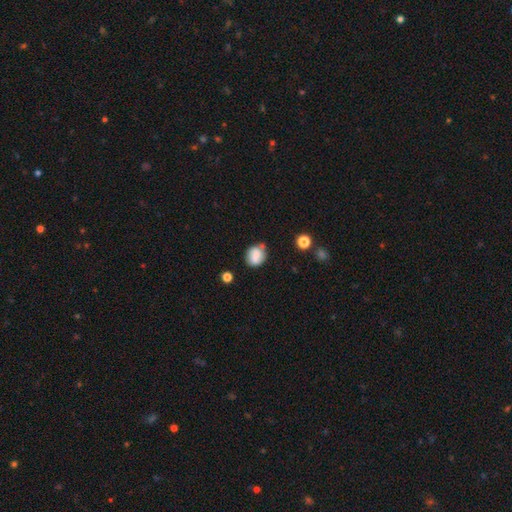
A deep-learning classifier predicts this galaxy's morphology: Smooth or featured: smooth — 68% (featured or disk — 23%)
How rounded: round — 60% (in between — 39%)
Merging: none — 62% (minor disturbance — 23%)